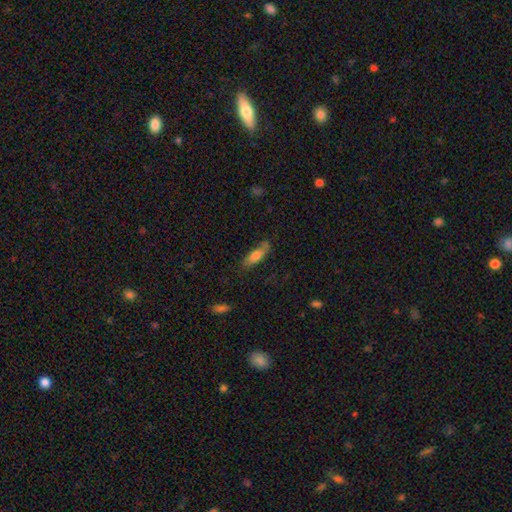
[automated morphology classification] Smooth or featured? Predicted: smooth (p=0.70). How rounded? Predicted: in between (p=0.54). Merging? Predicted: none (p=0.65).